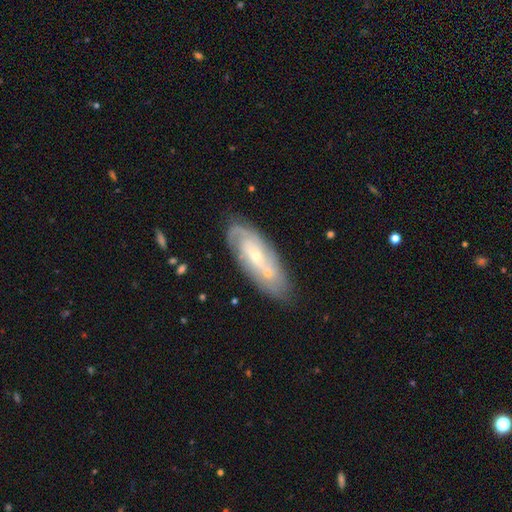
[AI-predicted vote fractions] smooth-or-featured: featured or disk: 75% | smooth: 19% | star or artifact: 7%
  disk-edge-on: no: 88% | yes: 12%
    bar: no: 63% | weak: 29% | strong: 8%
    has-spiral-arms: yes: 87% | no: 13%
      spiral-winding: tight: 58% | medium: 31% | loose: 11%
      spiral-arm-count: can't tell: 42% | 2: 29% | 3: 14% | 1: 7% | 4: 6% | more than 4: 3%
    bulge-size: small: 72% | moderate: 24% | none: 2% | large: 1% | dominant: 1%
  merging: none: 63% | minor disturbance: 17% | merger: 14% | major disturbance: 6%